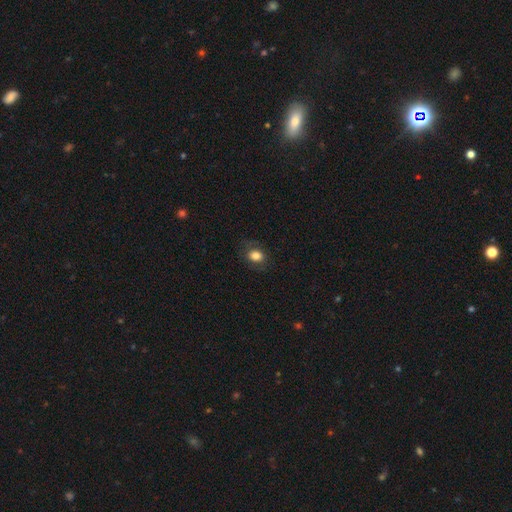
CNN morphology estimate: type=smooth (80%); roundness=in between (63%); merging=none (77%).